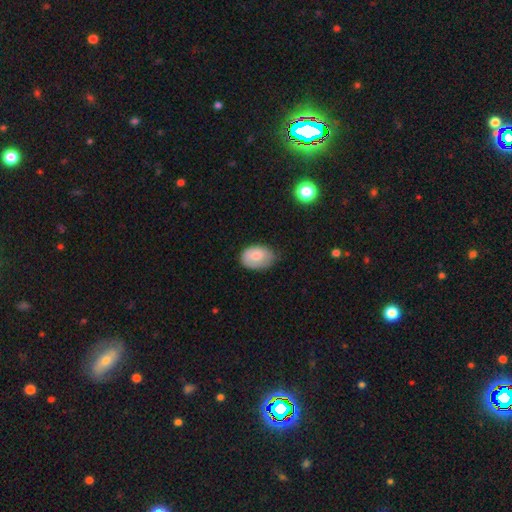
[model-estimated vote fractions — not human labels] Smooth or featured? smooth (72%)
How rounded? in between (82%)
Merging? none (58%)